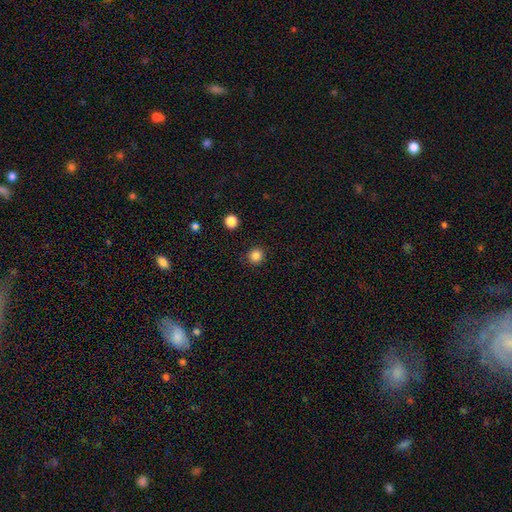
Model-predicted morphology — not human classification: smooth-or-featured: smooth: 84% | star or artifact: 12% | featured or disk: 4%
  how-rounded: round: 94% | in between: 5% | cigar-shaped: 1%
  merging: none: 91% | minor disturbance: 5% | major disturbance: 2% | merger: 1%